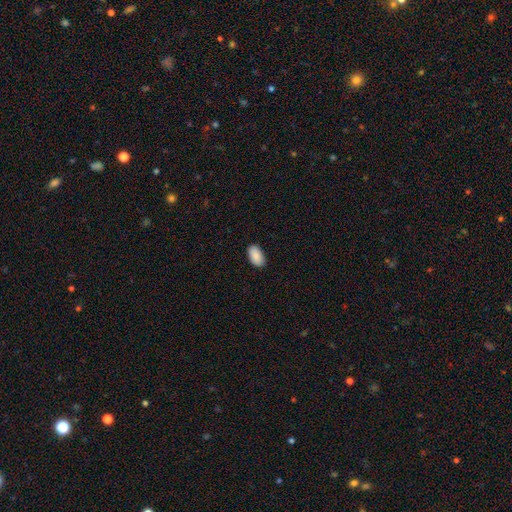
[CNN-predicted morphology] Q: Smooth or featured?
A: smooth (90%); runner-up: star or artifact (6%)
Q: How rounded?
A: in between (95%); runner-up: round (3%)
Q: Merging?
A: none (88%); runner-up: minor disturbance (9%)